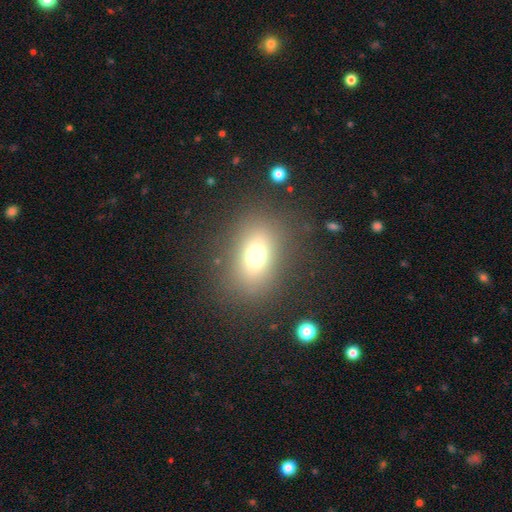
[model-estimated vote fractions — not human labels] smooth-or-featured: smooth: 70% | star or artifact: 16% | featured or disk: 14%
  how-rounded: in between: 67% | round: 31% | cigar-shaped: 2%
  merging: none: 82% | minor disturbance: 10% | major disturbance: 6% | merger: 2%